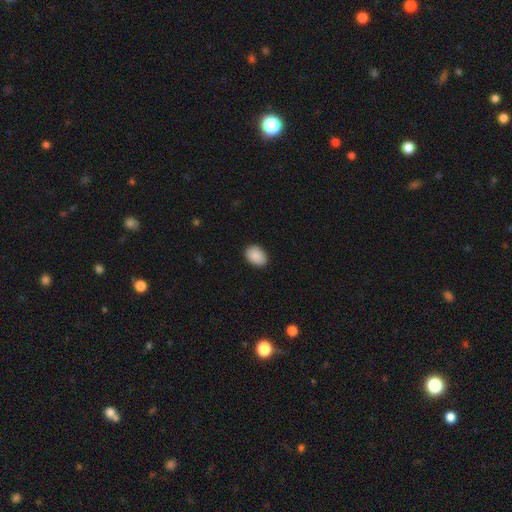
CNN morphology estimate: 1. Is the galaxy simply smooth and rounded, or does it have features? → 90% smooth, 7% star or artifact, 3% featured or disk.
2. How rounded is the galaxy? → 79% in between, 20% round, 1% cigar-shaped.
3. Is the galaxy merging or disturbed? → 87% none, 10% minor disturbance, 2% major disturbance, 1% merger.